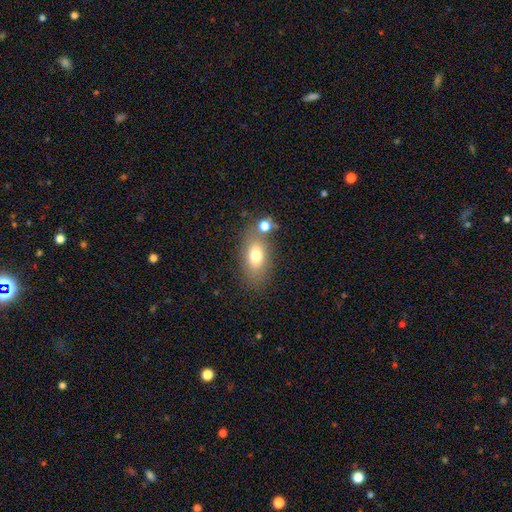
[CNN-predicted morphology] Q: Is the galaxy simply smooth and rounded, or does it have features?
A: smooth — 73%.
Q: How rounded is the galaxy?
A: in between — 84%.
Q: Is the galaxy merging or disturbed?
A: none — 62%.